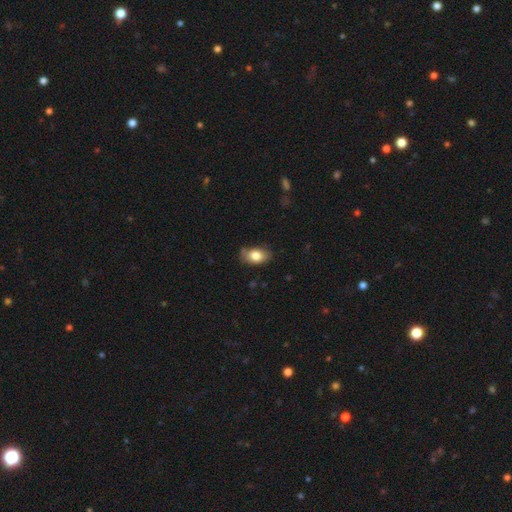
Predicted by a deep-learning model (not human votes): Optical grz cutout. It shows a smooth galaxy with no disk features (80%) that is in between round and cigar-shaped (88%). Merging: none (73%).